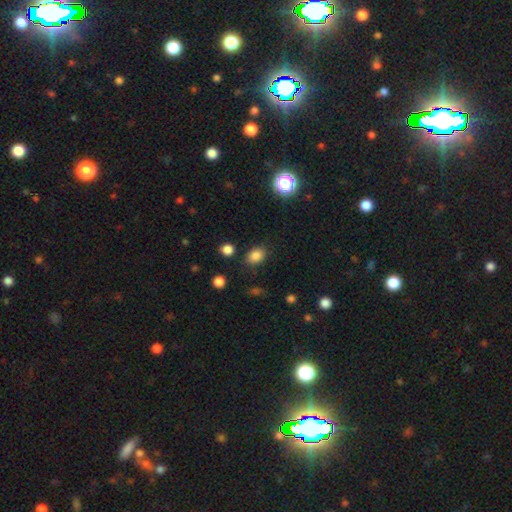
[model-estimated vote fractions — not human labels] Smooth or featured? Predicted: smooth (p=0.83). How rounded? Predicted: in between (p=0.63). Merging? Predicted: none (p=0.82).